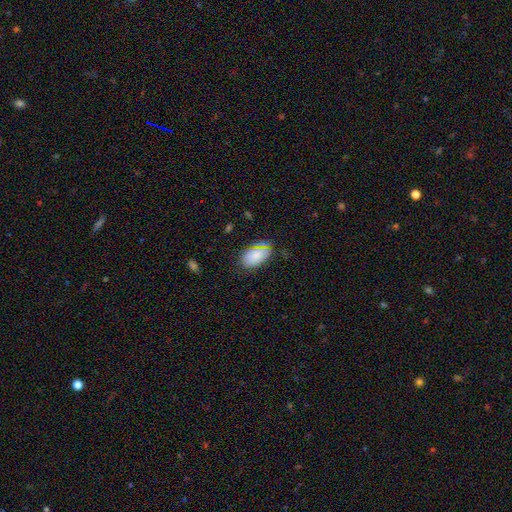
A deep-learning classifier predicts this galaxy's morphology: This appears to be a smooth galaxy with no disk features (78%) that is in between round and cigar-shaped (92%). Merging: none (75%).